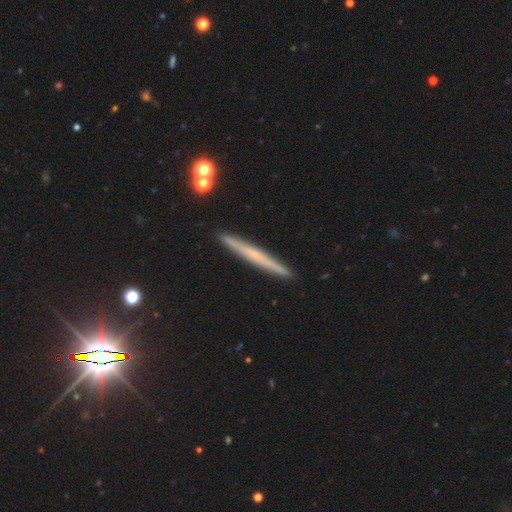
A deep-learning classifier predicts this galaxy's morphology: The model was most divided on "smooth or featured": featured or disk: 51%, smooth: 40%, star or artifact: 9%. More confident: edge-on disk — yes (97%); merging — none (91%).